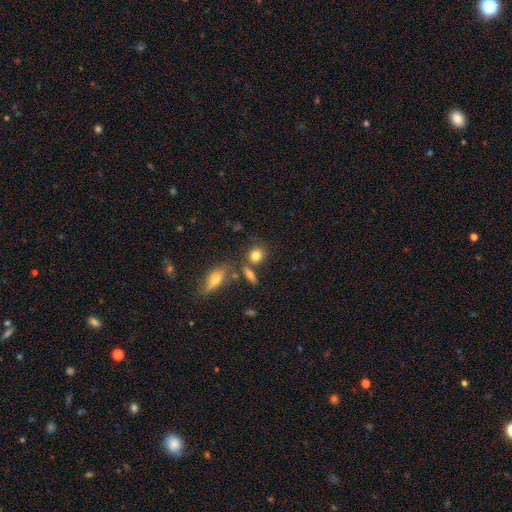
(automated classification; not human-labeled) Q: Smooth or featured?
A: smooth (80%); runner-up: star or artifact (10%)
Q: How rounded?
A: round (60%); runner-up: in between (36%)
Q: Merging?
A: none (67%); runner-up: merger (18%)